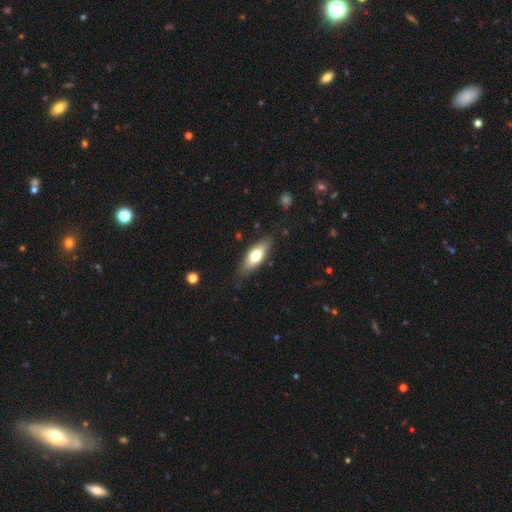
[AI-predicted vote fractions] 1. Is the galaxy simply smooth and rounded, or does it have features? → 69% smooth, 25% featured or disk, 6% star or artifact.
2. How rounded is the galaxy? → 72% in between, 26% cigar-shaped, 2% round.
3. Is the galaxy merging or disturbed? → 82% none, 13% minor disturbance, 3% major disturbance, 1% merger.